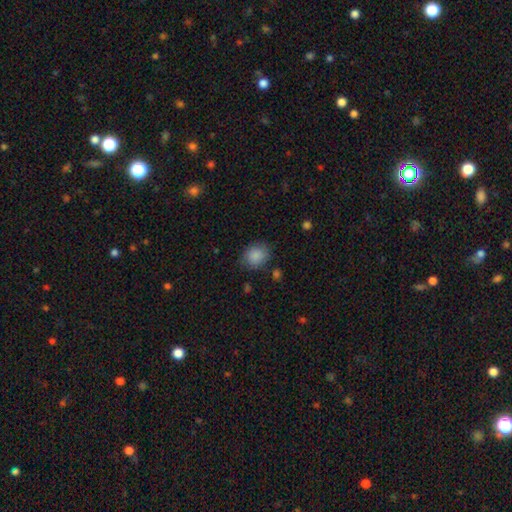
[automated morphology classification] type=smooth (87%); roundness=round (58%); merging=none (80%).